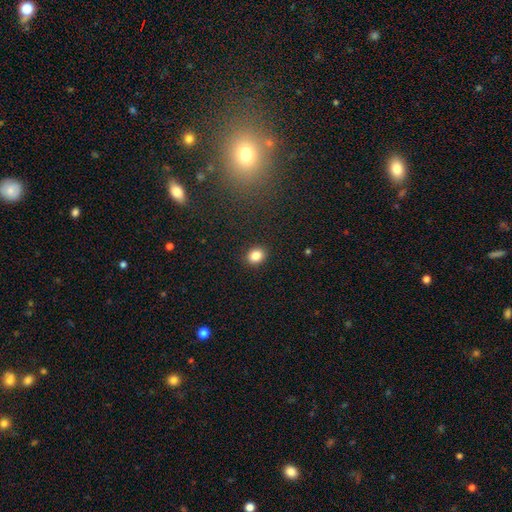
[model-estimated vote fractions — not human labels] Smooth or featured: smooth — 84% (star or artifact — 11%)
How rounded: round — 62% (in between — 37%)
Merging: none — 91% (minor disturbance — 6%)